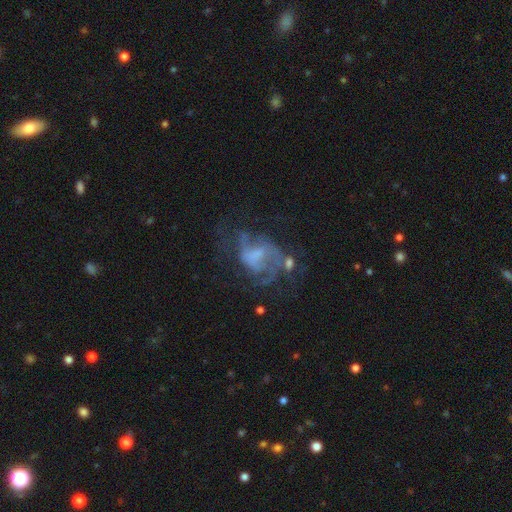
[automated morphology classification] A featured or disk galaxy (74%) with no bar (47%), medium (43%) spiral arms (75%) and no central bulge (39%).

Vote fractions:
- Smooth or featured? featured or disk: 74% / smooth: 15% / star or artifact: 11%
- Edge-on disk? no: 97% / yes: 3%
- Bar? no: 47% / weak: 41% / strong: 12%
- Spiral arms? yes: 75% / no: 25%
- Spiral winding? medium: 43% / loose: 35% / tight: 22%
- Spiral arm count? can't tell: 35% / 2: 28% / 3: 18% / 1: 9% / 4: 6% / more than 4: 4%
- Bulge size? none: 39% / small: 26% / moderate: 25% / large: 8% / dominant: 2%
- Merging? none: 37% / major disturbance: 36% / minor disturbance: 17% / merger: 10%